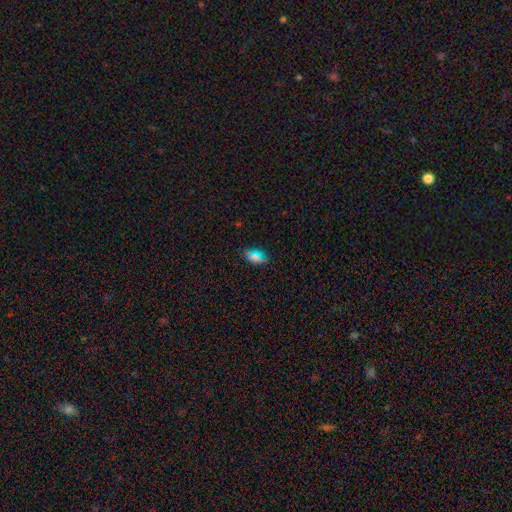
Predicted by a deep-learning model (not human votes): Smooth or featured? Predicted: smooth (p=0.64). How rounded? Predicted: in between (p=0.87). Merging? Predicted: none (p=0.83).